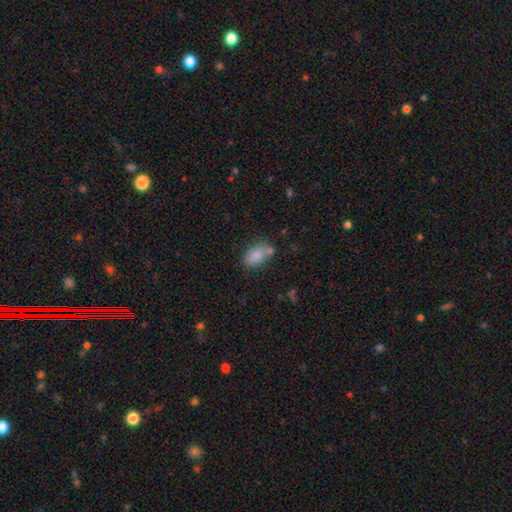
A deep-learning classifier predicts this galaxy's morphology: smooth 82%, featured or disk 9%, star or artifact 8%. Down the decision tree: how rounded — in between (90%); merging — none (58%).